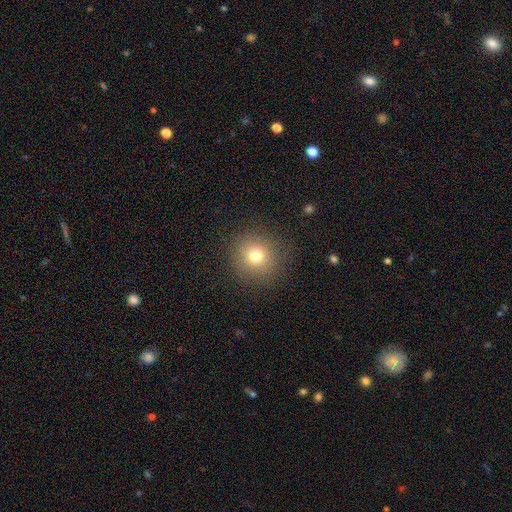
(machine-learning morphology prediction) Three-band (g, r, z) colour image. It shows a smooth galaxy with no disk features (74%) that is round (93%). Merging: none (88%).